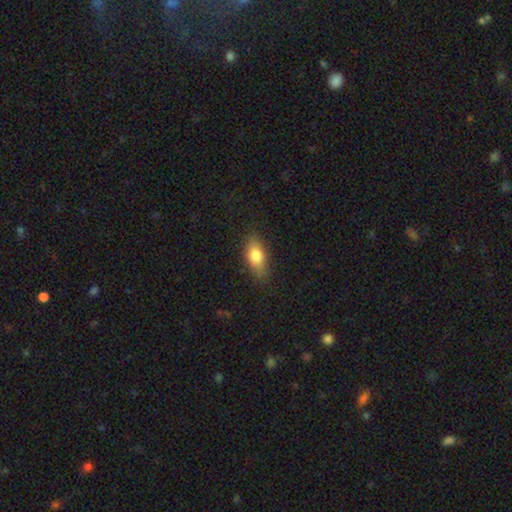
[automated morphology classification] smooth-or-featured: smooth: 78% | featured or disk: 14% | star or artifact: 8%
  how-rounded: in between: 82% | cigar-shaped: 13% | round: 5%
  merging: none: 79% | minor disturbance: 16% | major disturbance: 4% | merger: 1%